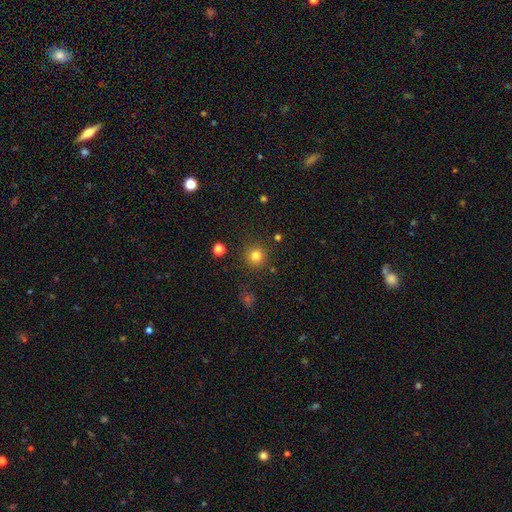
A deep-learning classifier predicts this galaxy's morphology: A smooth galaxy with no disk features (81%) that is round (94%). Merging: none (88%).